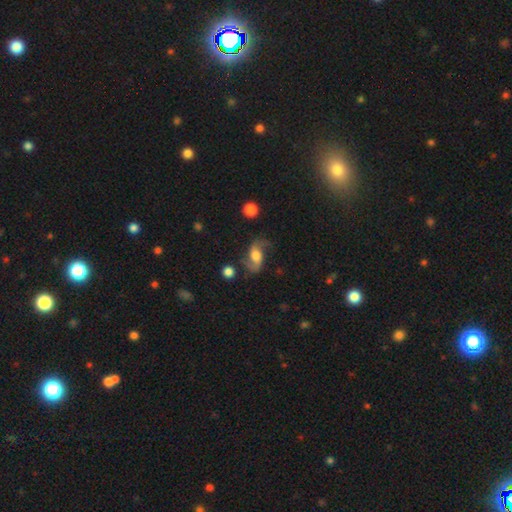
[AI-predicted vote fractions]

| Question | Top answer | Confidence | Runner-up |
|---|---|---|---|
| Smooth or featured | featured or disk | 76% | smooth (16%) |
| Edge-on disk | no | 95% | yes (5%) |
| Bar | no | 44% | weak (40%) |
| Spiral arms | yes | 94% | no (6%) |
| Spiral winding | loose | 63% | medium (30%) |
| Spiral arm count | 2 | 92% | can't tell (3%) |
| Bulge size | large | 42% | moderate (34%) |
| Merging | none | 65% | minor disturbance (18%) |